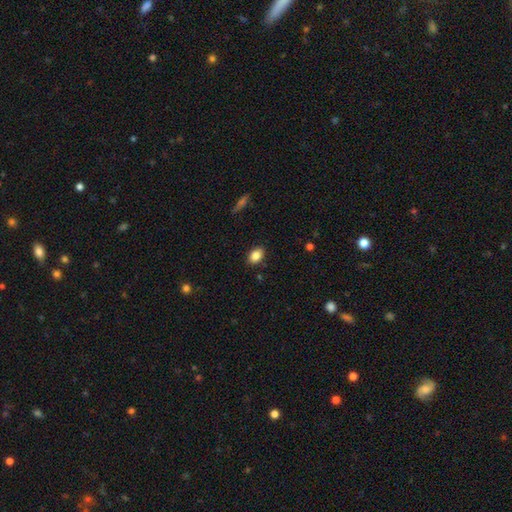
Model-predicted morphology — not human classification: The model was most divided on "how rounded": in between: 81%, round: 17%, cigar-shaped: 1%. More confident: merging — none (87%); smooth or featured — smooth (85%).